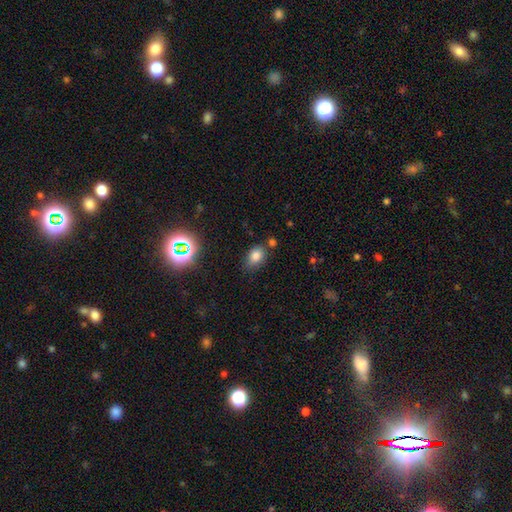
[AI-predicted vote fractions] The model was most divided on "merging": none: 69%, minor disturbance: 19%, merger: 7%, major disturbance: 5%. More confident: smooth or featured — smooth (78%); how rounded — in between (77%).